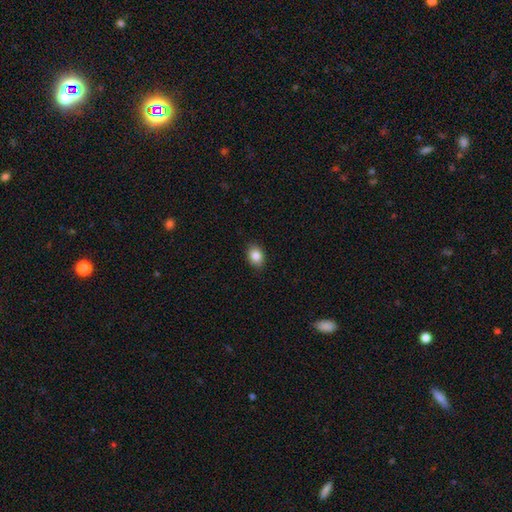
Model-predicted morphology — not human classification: This is clearly a smooth galaxy (85%). How rounded: likely in between (68%). Merging: clearly none (89%).